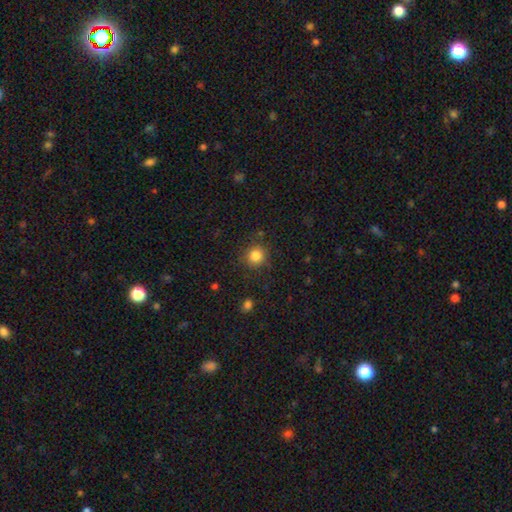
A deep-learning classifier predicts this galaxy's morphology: Smooth or featured?
  - smooth: 83% *
  - star or artifact: 12%
  - featured or disk: 5%
How rounded?
  - round: 92% *
  - in between: 7%
  - cigar-shaped: 1%
Merging?
  - none: 85% *
  - minor disturbance: 9%
  - major disturbance: 3%
  - merger: 2%